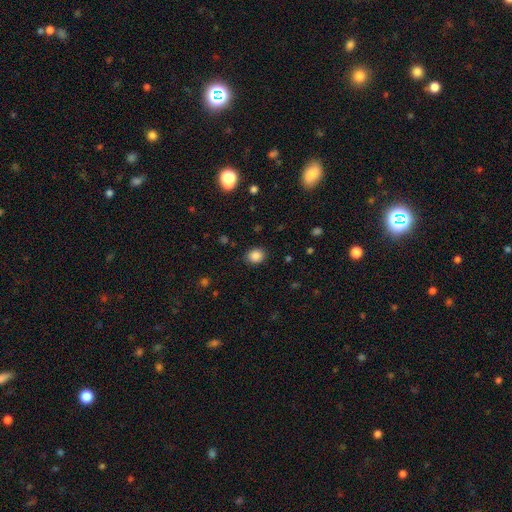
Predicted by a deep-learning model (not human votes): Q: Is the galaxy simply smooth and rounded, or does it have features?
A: smooth — 86%.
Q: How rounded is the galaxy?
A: round — 66%.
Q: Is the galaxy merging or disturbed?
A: none — 86%.